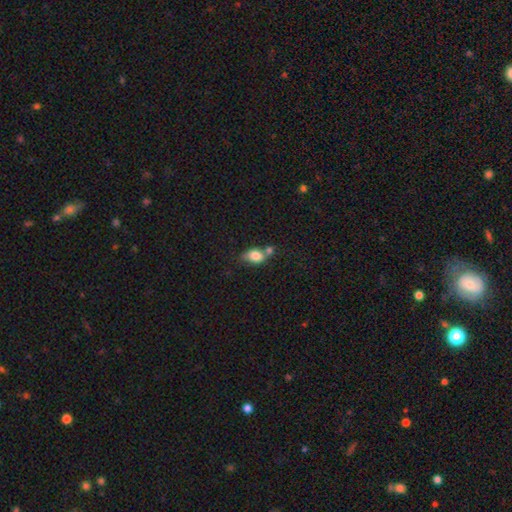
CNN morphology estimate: smooth-or-featured: smooth: 80% | featured or disk: 11% | star or artifact: 9%
  how-rounded: in between: 70% | round: 28% | cigar-shaped: 2%
  merging: merger: 39% | none: 37% | minor disturbance: 17% | major disturbance: 6%